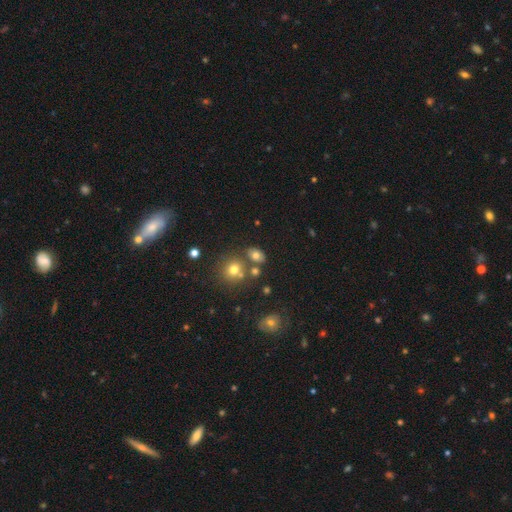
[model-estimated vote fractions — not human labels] smooth-or-featured: smooth: 69% | star or artifact: 17% | featured or disk: 14%
  how-rounded: in between: 68% | round: 30% | cigar-shaped: 2%
  merging: none: 67% | merger: 15% | minor disturbance: 13% | major disturbance: 5%